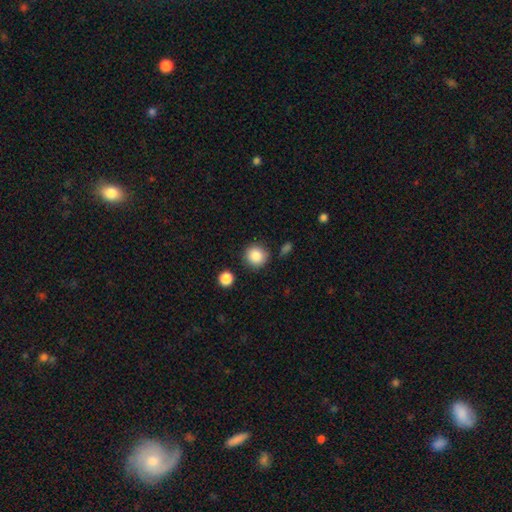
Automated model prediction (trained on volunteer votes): Smooth or featured?
  - smooth: 87% *
  - star or artifact: 9%
  - featured or disk: 4%
How rounded?
  - round: 92% *
  - in between: 7%
  - cigar-shaped: 1%
Merging?
  - none: 83% *
  - minor disturbance: 10%
  - merger: 4%
  - major disturbance: 3%